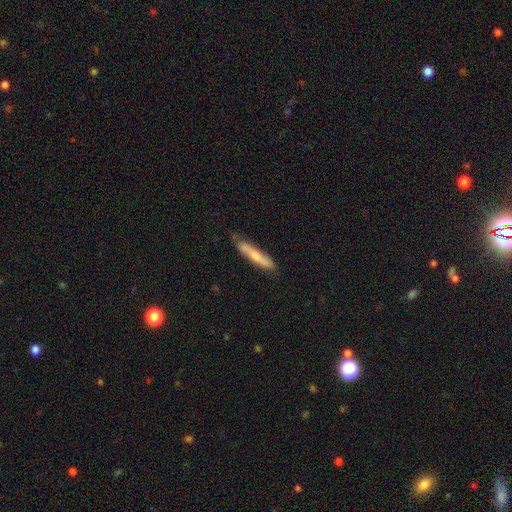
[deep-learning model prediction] smooth_or_featured: smooth (p=0.61) [alt: featured or disk p=0.34]
how_rounded: cigar-shaped (p=0.89) [alt: in between p=0.10]
merging: none (p=0.74) [alt: minor disturbance p=0.20]